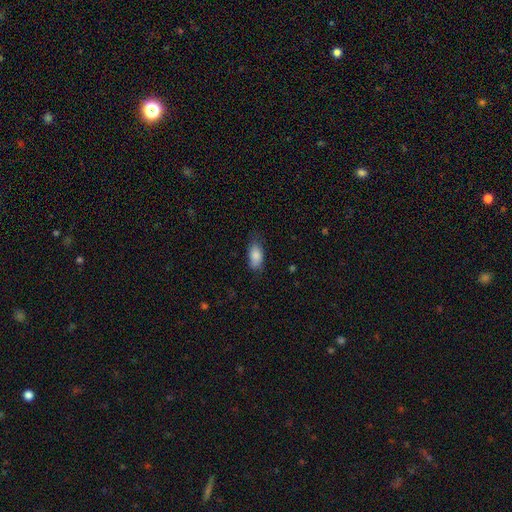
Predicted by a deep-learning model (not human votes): Smooth or featured? Predicted: smooth (p=0.85). How rounded? Predicted: in between (p=0.89). Merging? Predicted: none (p=0.70).